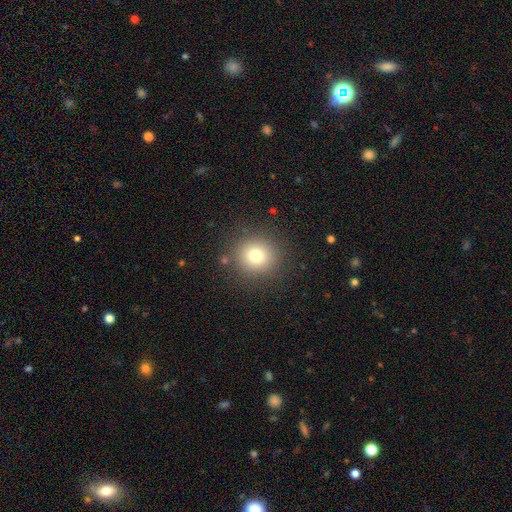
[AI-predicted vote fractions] smooth-or-featured: smooth: 77% | star or artifact: 14% | featured or disk: 9%
  how-rounded: round: 91% | in between: 8% | cigar-shaped: 1%
  merging: none: 87% | minor disturbance: 8% | major disturbance: 3% | merger: 2%